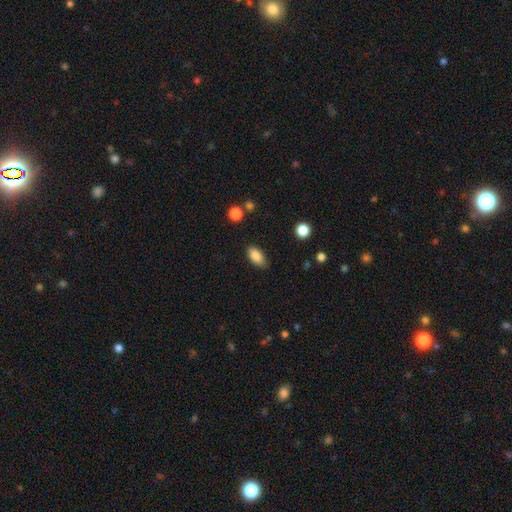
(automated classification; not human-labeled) A smooth galaxy with no disk features (85%) that is in between round and cigar-shaped (90%).

Vote fractions:
- Smooth or featured? smooth: 85% / star or artifact: 8% / featured or disk: 7%
- How rounded? in between: 90% / cigar-shaped: 6% / round: 4%
- Merging? none: 83% / minor disturbance: 13% / major disturbance: 3% / merger: 1%